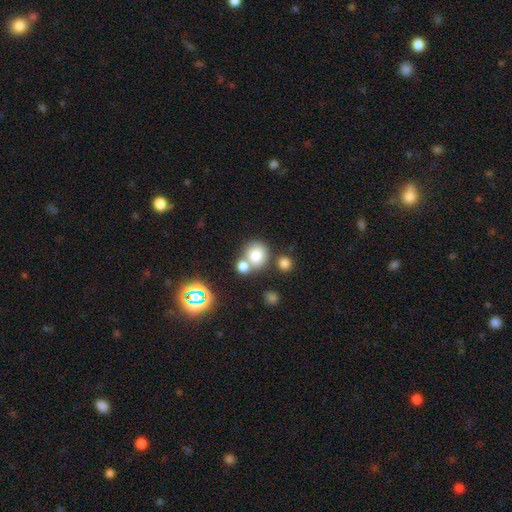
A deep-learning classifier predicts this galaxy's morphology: Smooth or featured?
  - smooth: 78% *
  - star or artifact: 13%
  - featured or disk: 9%
How rounded?
  - round: 76% *
  - in between: 22%
  - cigar-shaped: 1%
Merging?
  - none: 54% *
  - merger: 32%
  - minor disturbance: 10%
  - major disturbance: 4%